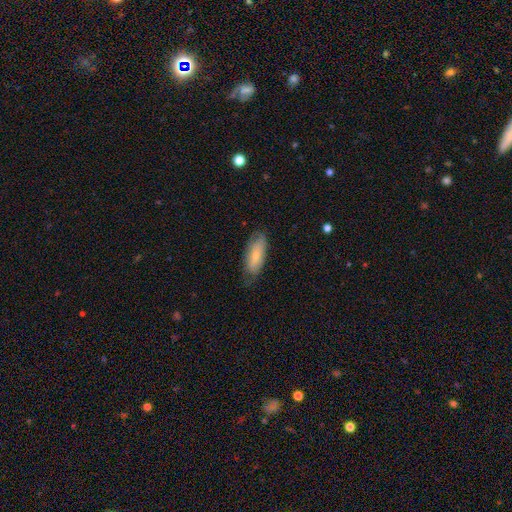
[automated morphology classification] Overall: smooth (72%). How rounded: in between (77%). Merging: none (71%).